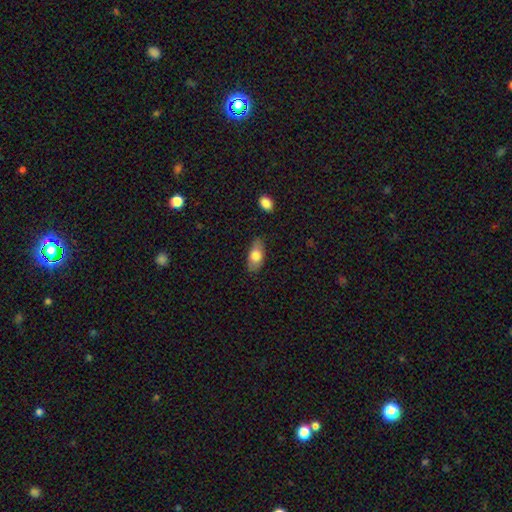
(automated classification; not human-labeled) smooth-or-featured: smooth: 74% | featured or disk: 20% | star or artifact: 7%
  how-rounded: in between: 87% | cigar-shaped: 9% | round: 4%
  merging: none: 78% | minor disturbance: 17% | major disturbance: 3% | merger: 2%